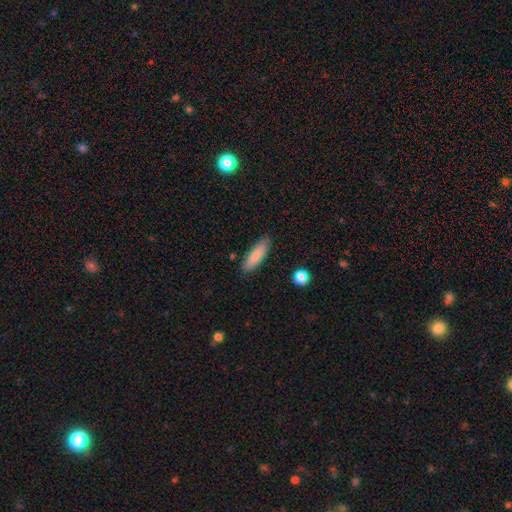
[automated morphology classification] Overall: smooth (83%). How rounded: in between (51%; cigar-shaped 47%). Merging: none (85%).